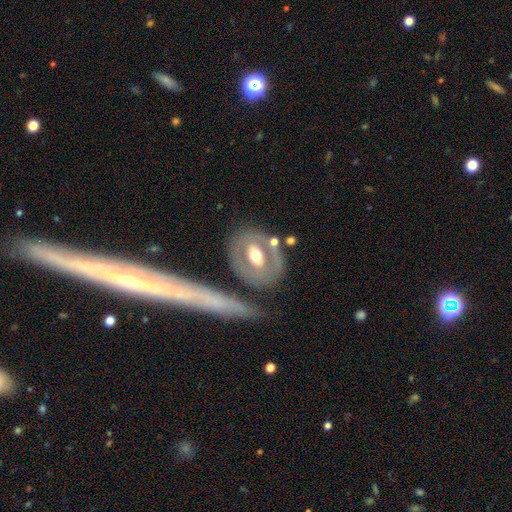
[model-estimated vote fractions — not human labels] This is likely a featured or disk galaxy (60%). It is clearly not viewed edge-on (89%). Bar: possibly no (47%). Spiral arm pattern: likely no (80%). Central bulge: likely moderate (73%). Merging: likely none (65%).